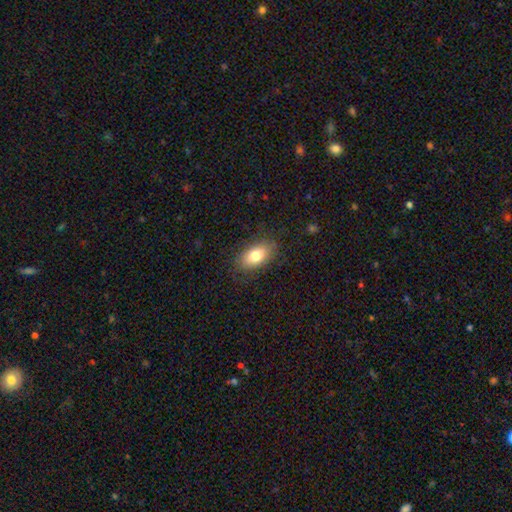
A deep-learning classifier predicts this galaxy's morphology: smooth 78%, featured or disk 14%, star or artifact 7%. Down the decision tree: how rounded — in between (91%); merging — none (82%).